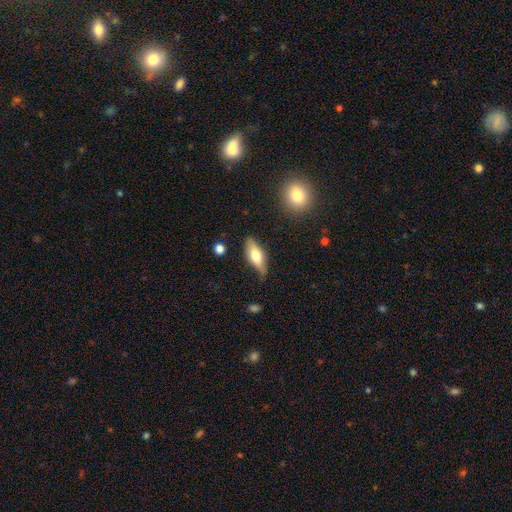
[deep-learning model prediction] Overall: smooth (58%; featured or disk 36%). How rounded: in between (68%; cigar-shaped 29%). Merging: none (74%).